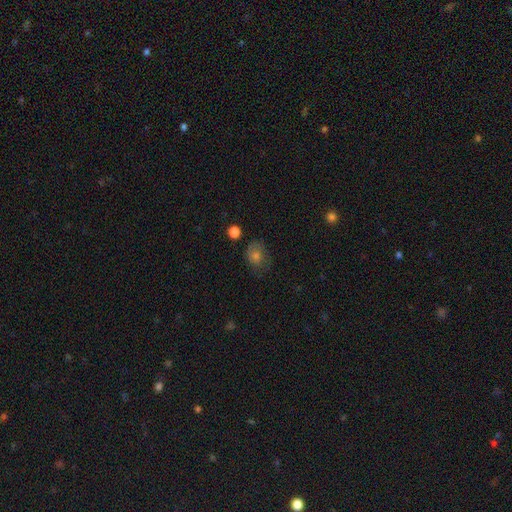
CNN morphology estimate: This is likely a smooth galaxy (64%). How rounded: possibly in between (51%). Merging: likely none (66%).